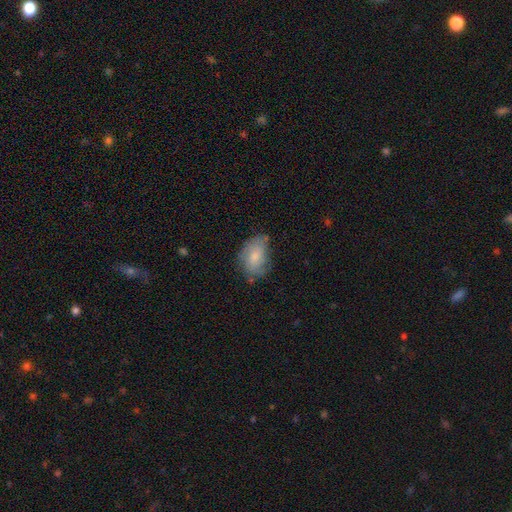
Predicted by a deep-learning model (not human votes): A smooth galaxy with no disk features (65%) that is in between round and cigar-shaped (82%).

Vote fractions:
- Smooth or featured? smooth: 65% / featured or disk: 28% / star or artifact: 8%
- How rounded? in between: 82% / round: 17% / cigar-shaped: 2%
- Merging? none: 54% / minor disturbance: 32% / major disturbance: 11% / merger: 2%